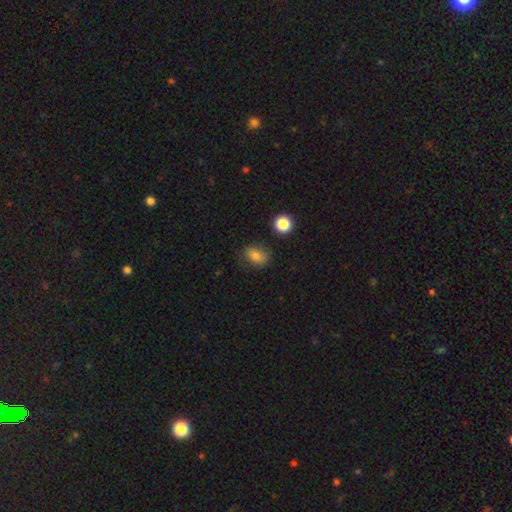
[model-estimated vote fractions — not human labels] smooth-or-featured: smooth: 79% | star or artifact: 11% | featured or disk: 10%
  how-rounded: in between: 73% | round: 25% | cigar-shaped: 2%
  merging: none: 73% | minor disturbance: 19% | major disturbance: 5% | merger: 3%